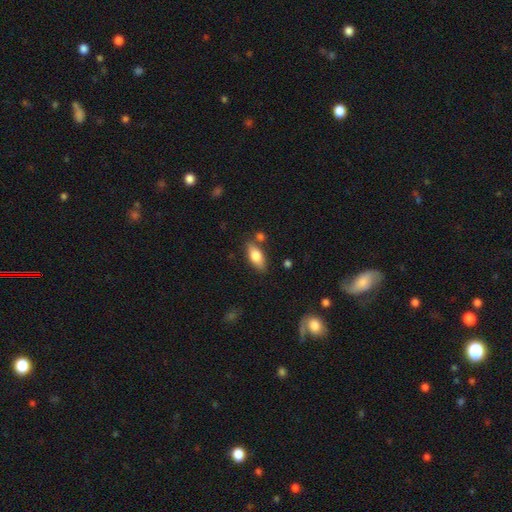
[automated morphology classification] Smooth or featured? Predicted: smooth (p=0.74). How rounded? Predicted: in between (p=0.81). Merging? Predicted: none (p=0.76).